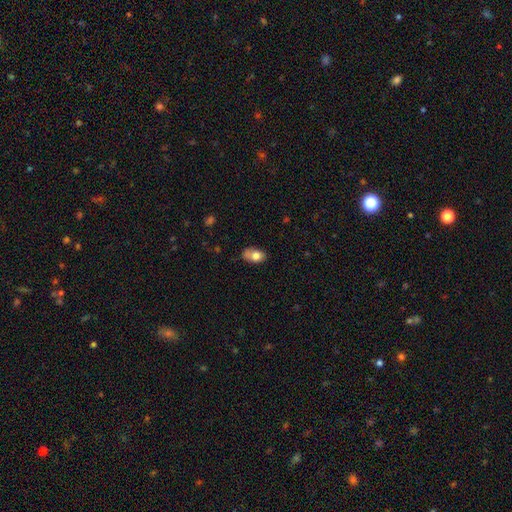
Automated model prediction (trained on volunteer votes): A smooth galaxy with no disk features (76%) that is in between round and cigar-shaped (84%).

Vote fractions:
- Smooth or featured? smooth: 76% / featured or disk: 16% / star or artifact: 8%
- How rounded? in between: 84% / round: 14% / cigar-shaped: 2%
- Merging? none: 48% / minor disturbance: 32% / major disturbance: 11% / merger: 9%